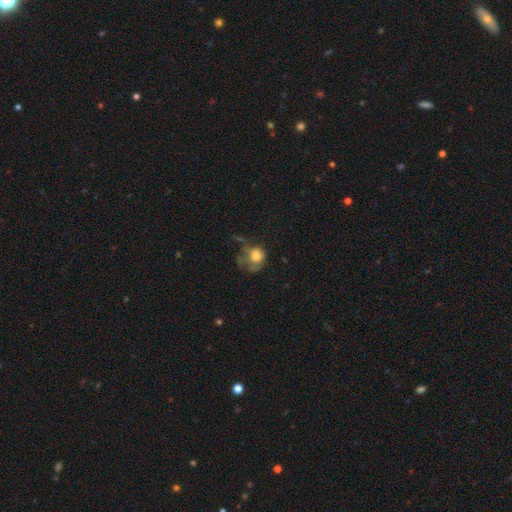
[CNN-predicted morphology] This is likely a smooth galaxy (64%). How rounded: likely round (69%). Merging: marginally major disturbance (43%).